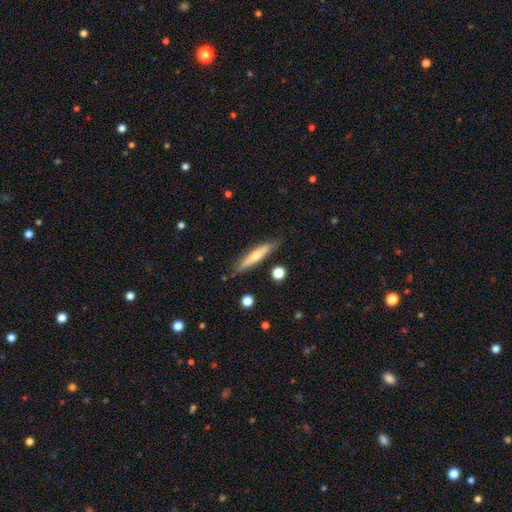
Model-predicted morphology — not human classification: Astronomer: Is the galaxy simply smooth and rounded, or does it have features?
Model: smooth — 54% (runner-up: featured or disk, 40%).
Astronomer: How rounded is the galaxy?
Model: cigar-shaped — 84%.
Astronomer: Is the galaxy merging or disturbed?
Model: none — 80%.